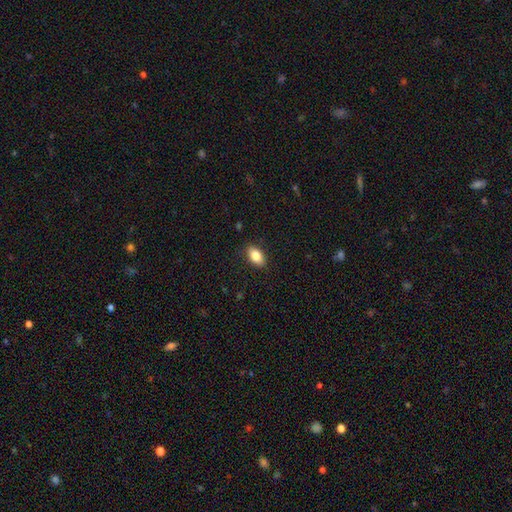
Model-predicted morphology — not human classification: Smooth or featured?
  - smooth: 84% *
  - featured or disk: 8%
  - star or artifact: 7%
How rounded?
  - in between: 91% *
  - round: 6%
  - cigar-shaped: 3%
Merging?
  - none: 88% *
  - minor disturbance: 9%
  - major disturbance: 2%
  - merger: 1%